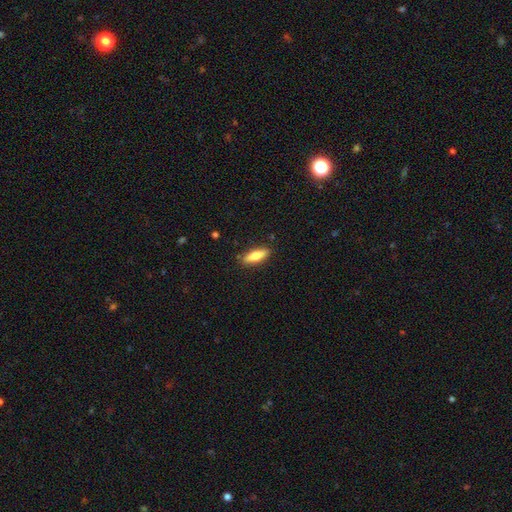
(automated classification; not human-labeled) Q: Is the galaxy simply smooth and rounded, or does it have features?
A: smooth — 72%.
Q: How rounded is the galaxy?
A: in between — 52%.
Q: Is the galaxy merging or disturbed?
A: none — 87%.